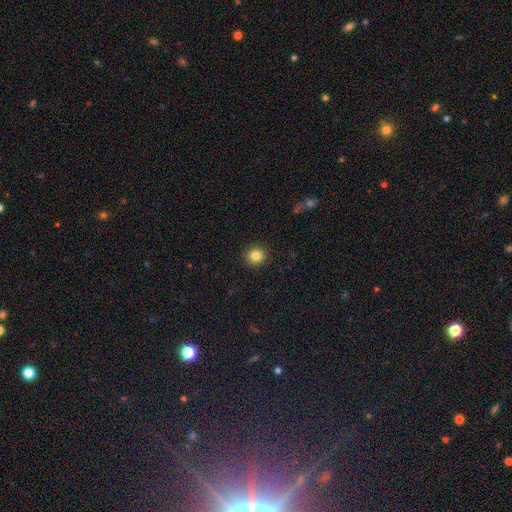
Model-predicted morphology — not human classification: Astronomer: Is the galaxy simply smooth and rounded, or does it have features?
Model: smooth — 83%.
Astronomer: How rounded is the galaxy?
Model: round — 93%.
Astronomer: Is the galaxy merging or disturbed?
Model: none — 92%.